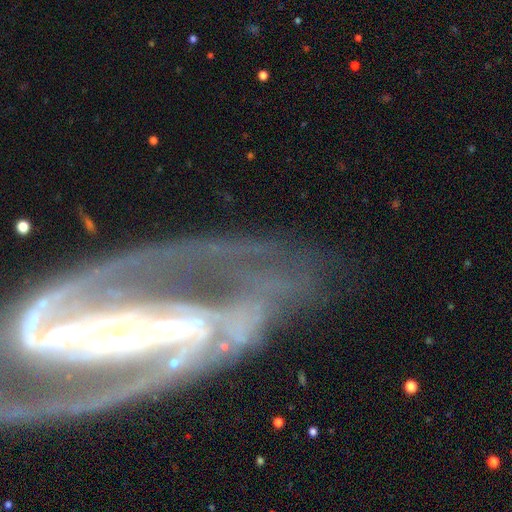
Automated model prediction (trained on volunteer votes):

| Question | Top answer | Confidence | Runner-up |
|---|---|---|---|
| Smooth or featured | featured or disk | 87% | star or artifact (7%) |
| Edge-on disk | no | 92% | yes (8%) |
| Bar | strong | 63% | weak (21%) |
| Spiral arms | yes | 92% | no (8%) |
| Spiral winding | medium | 45% | tight (29%) |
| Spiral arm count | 2 | 75% | can't tell (8%) |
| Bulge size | small | 60% | moderate (21%) |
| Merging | none | 52% | major disturbance (24%) |